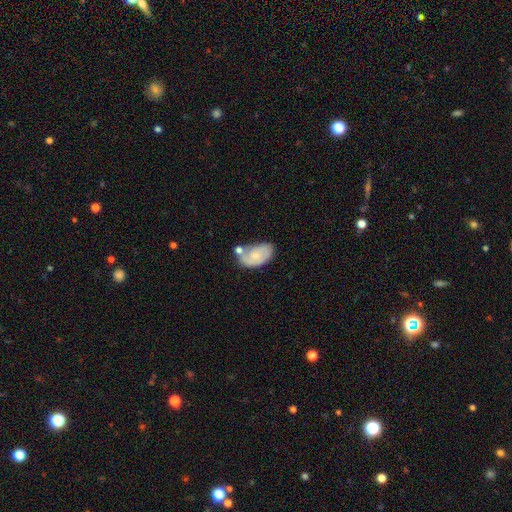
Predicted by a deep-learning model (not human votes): Smooth or featured? Predicted: smooth (p=0.58). How rounded? Predicted: in between (p=0.92). Merging? Predicted: none (p=0.39).